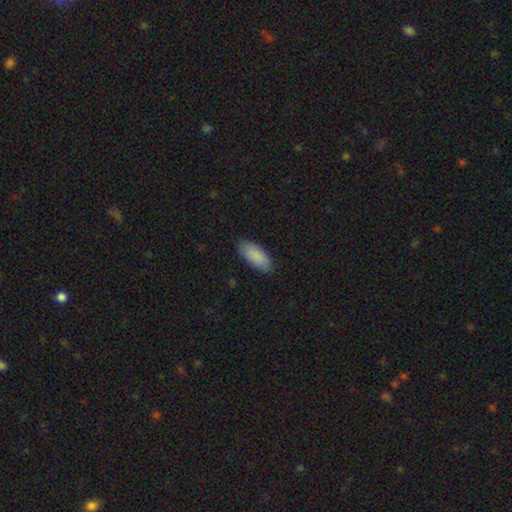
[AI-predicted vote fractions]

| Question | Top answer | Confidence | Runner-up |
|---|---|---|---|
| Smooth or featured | smooth | 89% | featured or disk (5%) |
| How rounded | in between | 85% | cigar-shaped (13%) |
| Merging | none | 86% | minor disturbance (11%) |